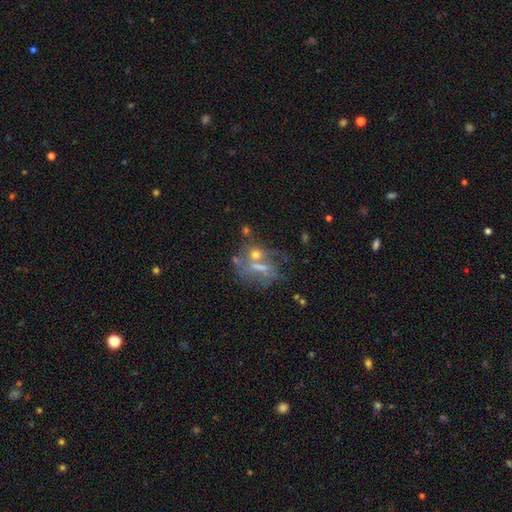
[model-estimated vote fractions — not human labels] Smooth or featured: featured or disk — 54% (smooth — 26%)
Edge-on disk: no — 94% (yes — 6%)
Bar: no — 54% (weak — 32%)
Spiral arms: no — 62% (yes — 38%)
Bulge size: small — 36% (moderate — 34%)
Merging: none — 40% (merger — 22%)